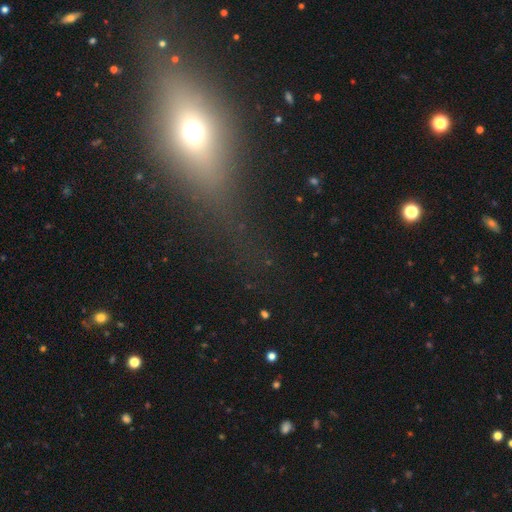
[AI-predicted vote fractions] smooth_or_featured: smooth (p=0.39) [alt: star or artifact p=0.36]
merging: none (p=0.72) [alt: minor disturbance p=0.14]